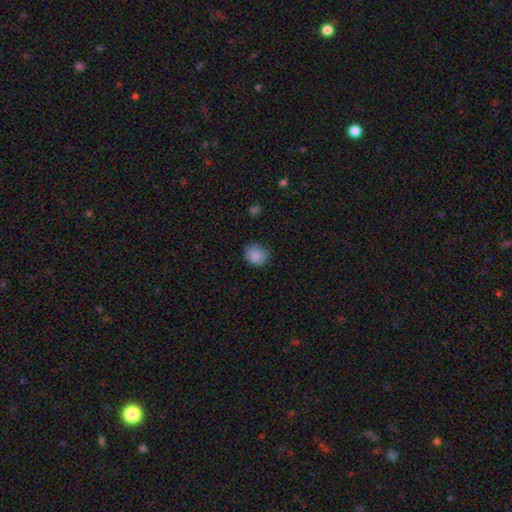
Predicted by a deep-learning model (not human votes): Morphology: type=smooth (87%); roundness=round (70%); merging=none (77%).